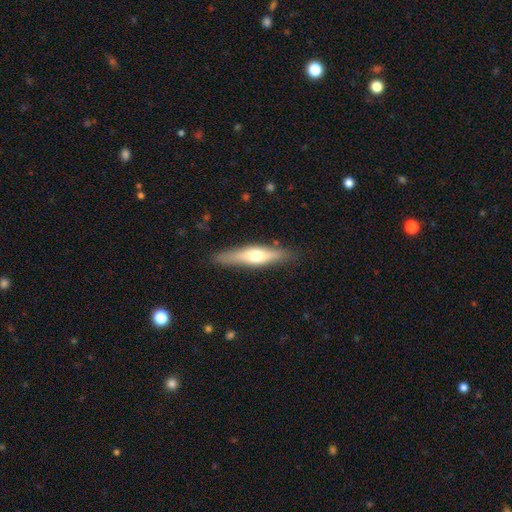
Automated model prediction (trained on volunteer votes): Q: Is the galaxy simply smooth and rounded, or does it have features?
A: smooth — 49%.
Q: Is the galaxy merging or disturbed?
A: none — 84%.